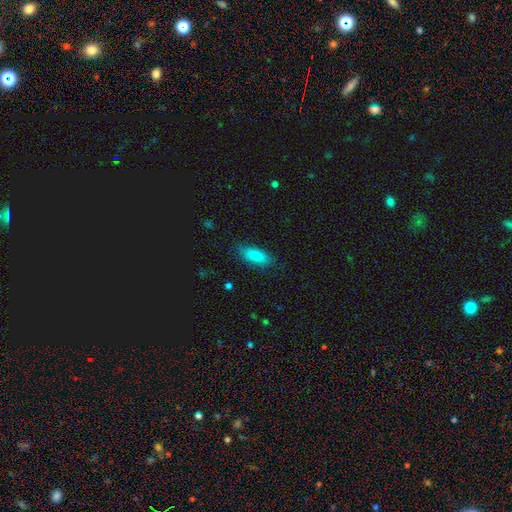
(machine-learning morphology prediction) type=smooth (86%); roundness=in between (76%); merging=none (80%).